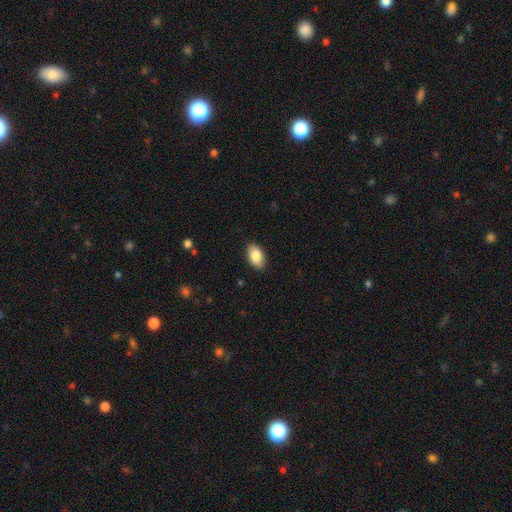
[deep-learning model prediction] smooth 86%, featured or disk 8%, star or artifact 7%. Down the decision tree: how rounded — in between (93%); merging — none (88%).